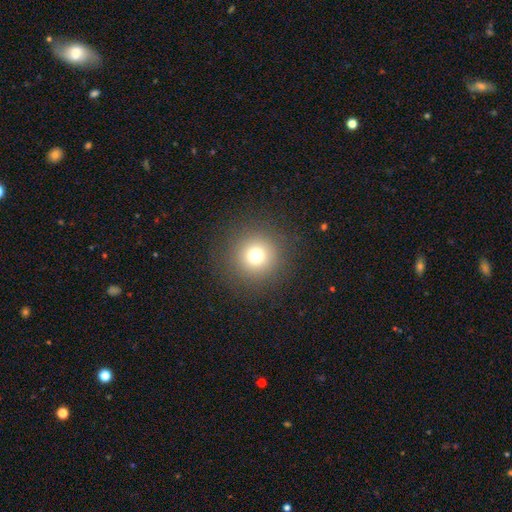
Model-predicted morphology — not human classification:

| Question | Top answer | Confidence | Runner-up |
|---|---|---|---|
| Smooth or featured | smooth | 74% | star or artifact (17%) |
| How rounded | round | 96% | in between (3%) |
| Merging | none | 90% | minor disturbance (5%) |